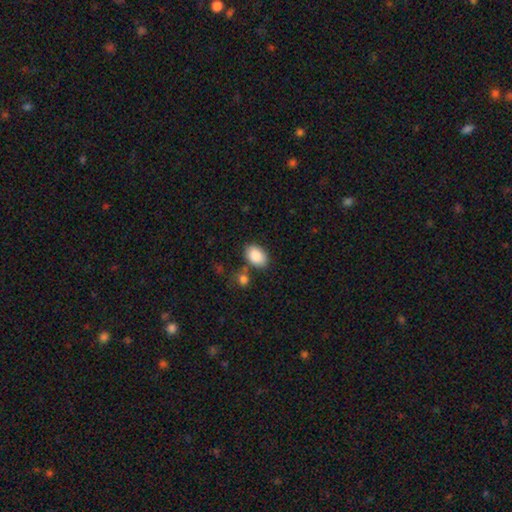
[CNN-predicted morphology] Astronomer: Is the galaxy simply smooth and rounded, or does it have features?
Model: smooth — 87%.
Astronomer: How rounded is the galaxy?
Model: in between — 87%.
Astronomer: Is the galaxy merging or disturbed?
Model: none — 74%.